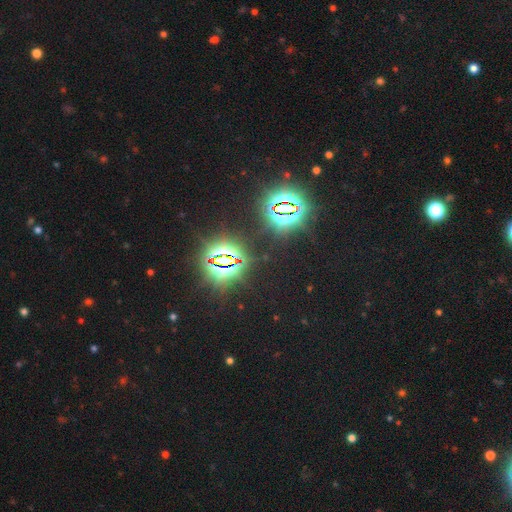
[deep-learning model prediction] star or artifact 84%, smooth 11%, featured or disk 6%.